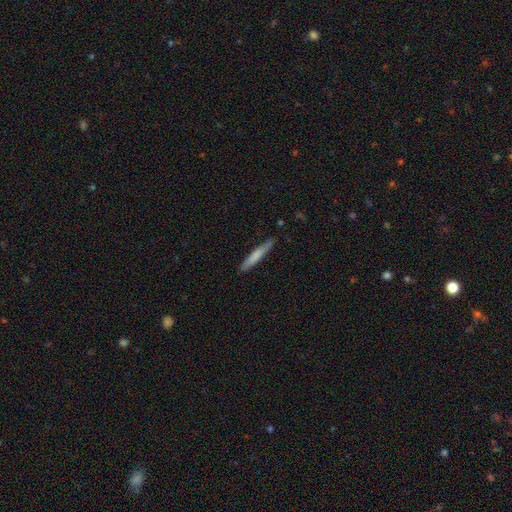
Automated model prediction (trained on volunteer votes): Overall: smooth (71%). How rounded: cigar-shaped (95%). Merging: none (87%).